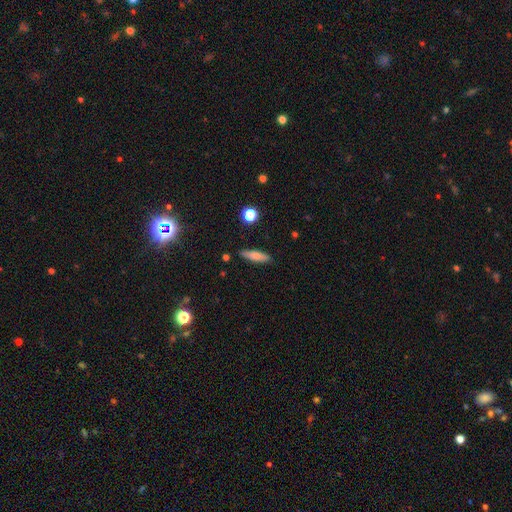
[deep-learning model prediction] smooth_or_featured: smooth (p=0.72) [alt: featured or disk p=0.20]
how_rounded: cigar-shaped (p=0.71) [alt: in between p=0.27]
merging: none (p=0.86) [alt: minor disturbance p=0.10]